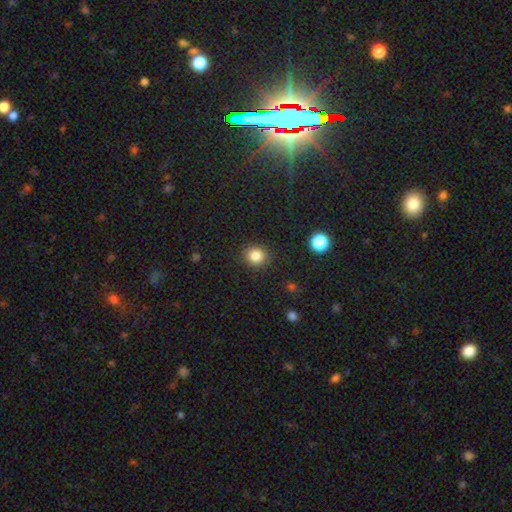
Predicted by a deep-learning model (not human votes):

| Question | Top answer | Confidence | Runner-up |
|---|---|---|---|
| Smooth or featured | smooth | 84% | star or artifact (12%) |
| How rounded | round | 84% | in between (15%) |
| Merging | none | 89% | minor disturbance (7%) |